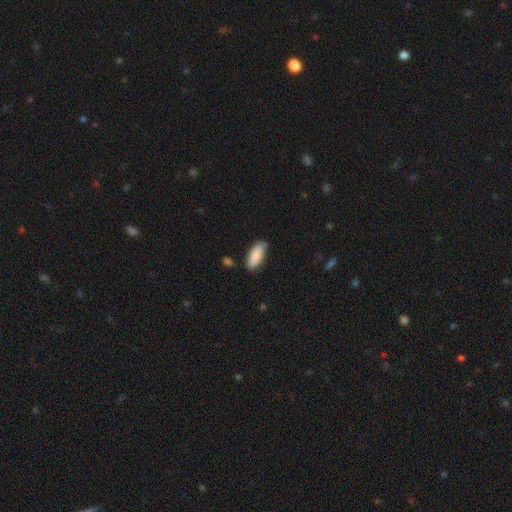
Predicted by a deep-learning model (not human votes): Smooth or featured? Predicted: smooth (p=0.87). How rounded? Predicted: in between (p=0.82). Merging? Predicted: none (p=0.77).